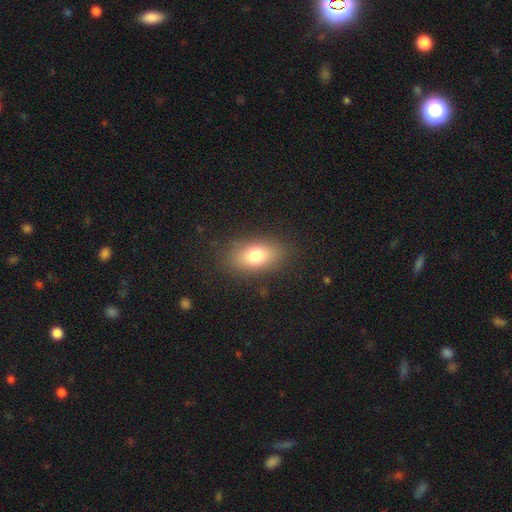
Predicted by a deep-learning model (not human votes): smooth-or-featured: smooth: 76% | featured or disk: 14% | star or artifact: 10%
  how-rounded: in between: 86% | round: 10% | cigar-shaped: 4%
  merging: none: 85% | minor disturbance: 10% | major disturbance: 4% | merger: 1%